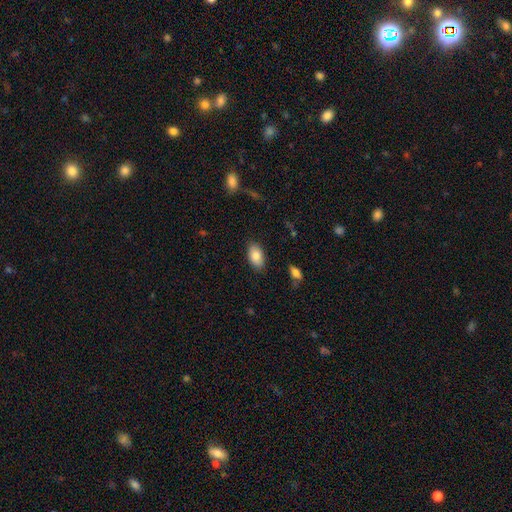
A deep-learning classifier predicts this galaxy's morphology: A smooth galaxy with no disk features (85%) that is in between round and cigar-shaped (93%). Merging: none (85%).